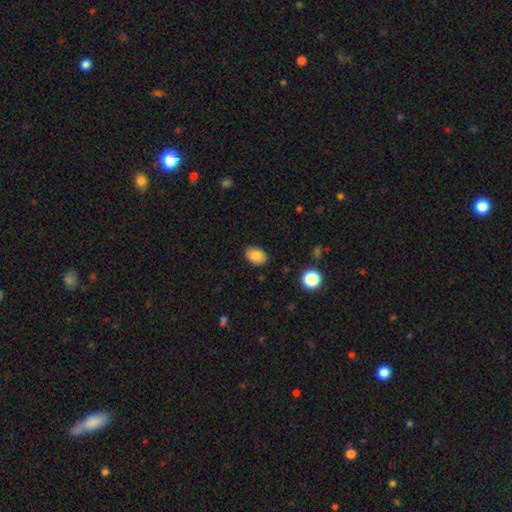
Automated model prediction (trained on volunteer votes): smooth-or-featured: smooth: 82% | featured or disk: 9% | star or artifact: 9%
  how-rounded: in between: 78% | round: 21% | cigar-shaped: 1%
  merging: none: 84% | minor disturbance: 12% | major disturbance: 2% | merger: 1%